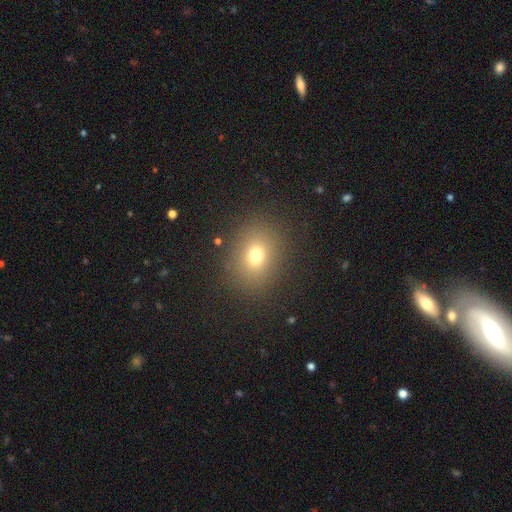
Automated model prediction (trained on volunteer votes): Smooth or featured?
  - smooth: 72% *
  - star or artifact: 17%
  - featured or disk: 11%
How rounded?
  - round: 52% *
  - in between: 47%
  - cigar-shaped: 1%
Merging?
  - none: 86% *
  - minor disturbance: 8%
  - major disturbance: 4%
  - merger: 1%